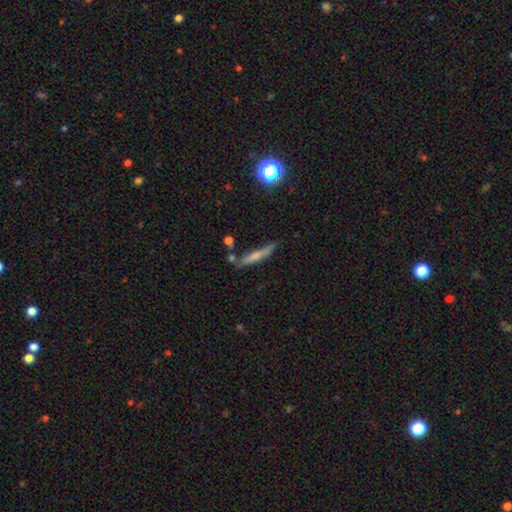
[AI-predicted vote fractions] Overall: smooth (53%; featured or disk 38%). How rounded: cigar-shaped (89%). Merging: none (70%).